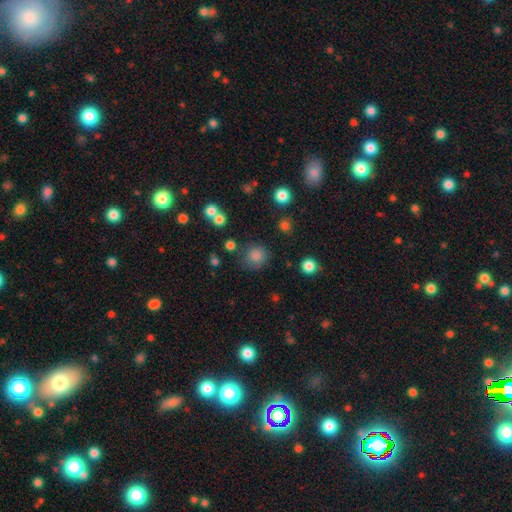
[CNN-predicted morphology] type=smooth (82%); roundness=round (89%); merging=none (74%).